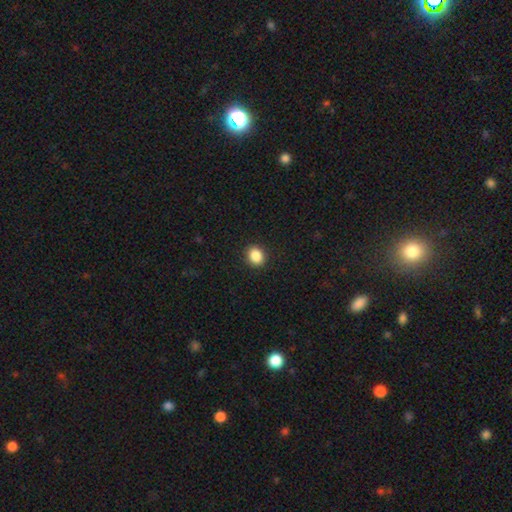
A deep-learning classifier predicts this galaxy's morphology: smooth_or_featured: smooth (p=0.87) [alt: star or artifact p=0.09]
how_rounded: round (p=0.60) [alt: in between p=0.39]
merging: none (p=0.91) [alt: minor disturbance p=0.06]